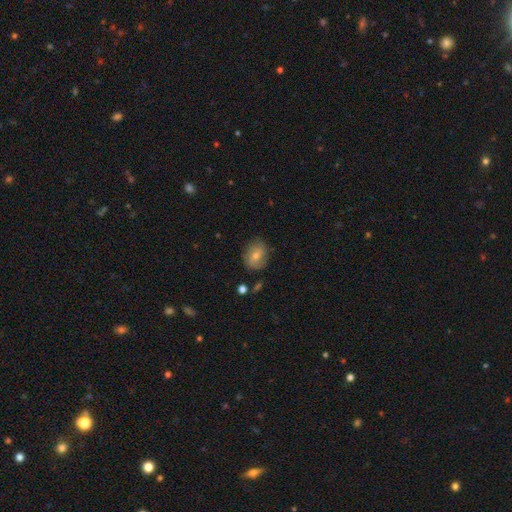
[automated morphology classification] Q: Smooth or featured?
A: smooth (44%); runner-up: featured or disk (43%)
Q: Merging?
A: none (76%); runner-up: minor disturbance (17%)